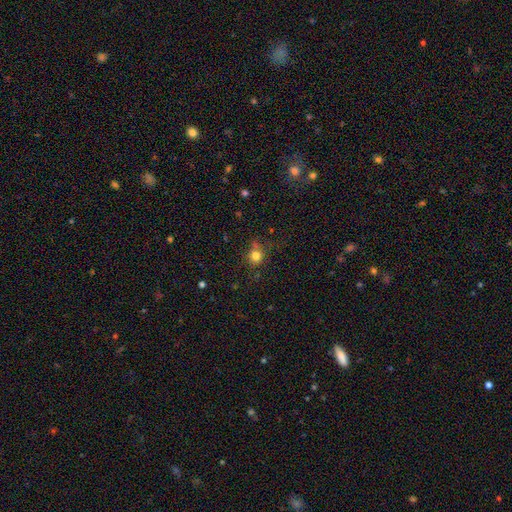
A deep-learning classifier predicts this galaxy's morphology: smooth_or_featured: smooth (p=0.78) [alt: star or artifact p=0.15]
how_rounded: round (p=0.84) [alt: in between p=0.14]
merging: none (p=0.69) [alt: minor disturbance p=0.18]